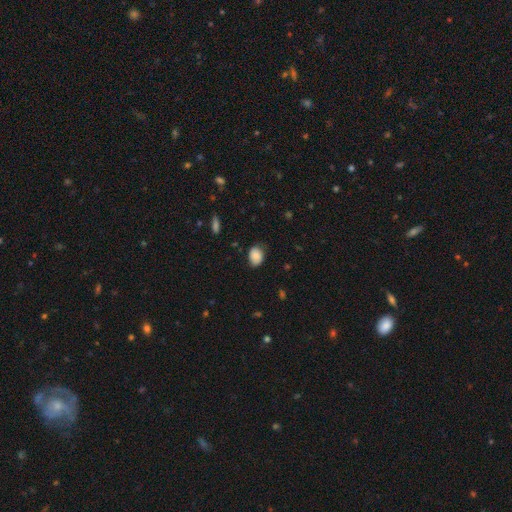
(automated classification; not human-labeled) The model was most divided on "how rounded": in between: 67%, round: 32%, cigar-shaped: 1%. More confident: smooth or featured — smooth (81%); merging — none (71%).